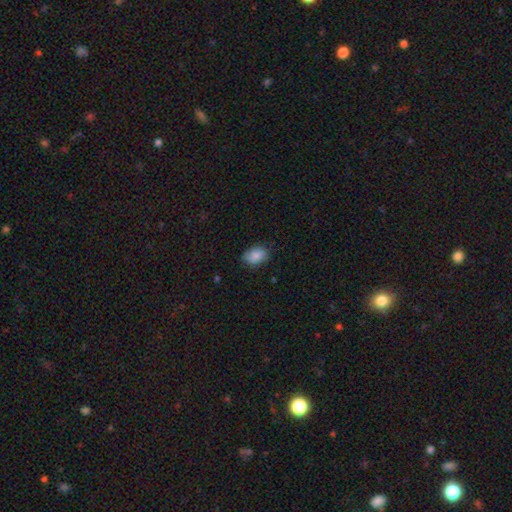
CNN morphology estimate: Smooth or featured? smooth (87%)
How rounded? in between (78%)
Merging? none (79%)